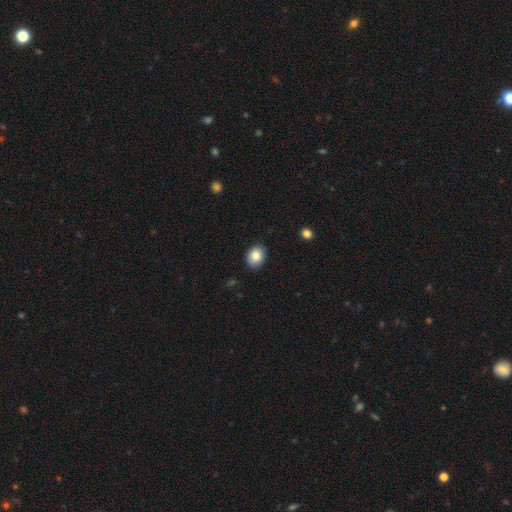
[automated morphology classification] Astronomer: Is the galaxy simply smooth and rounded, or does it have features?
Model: smooth — 83%.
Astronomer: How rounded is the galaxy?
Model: in between — 60% (runner-up: round, 39%).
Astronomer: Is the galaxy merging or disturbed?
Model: none — 88%.